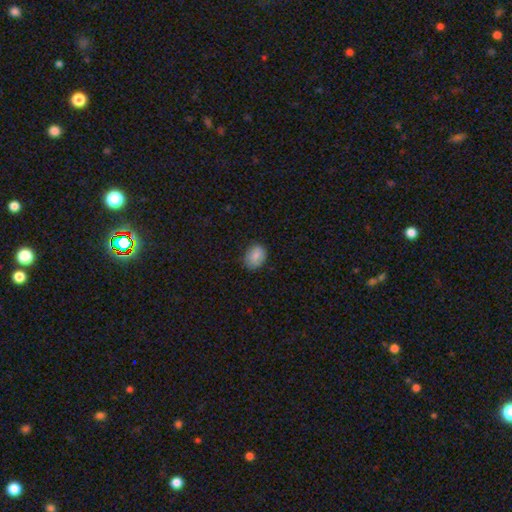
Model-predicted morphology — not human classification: This is clearly a smooth galaxy (84%). How rounded: likely in between (63%). Merging: likely none (78%).